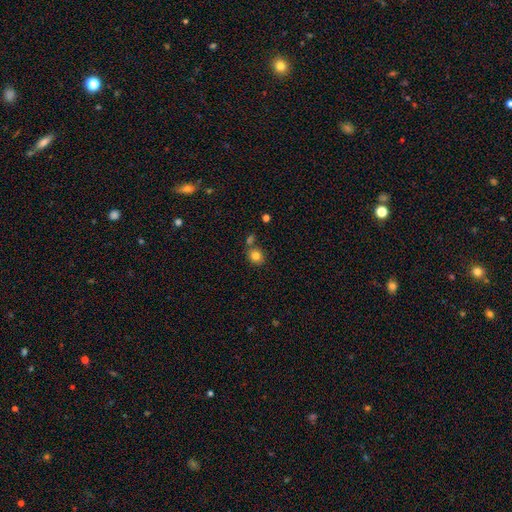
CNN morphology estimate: type=smooth (82%); roundness=round (73%); merging=none (70%).